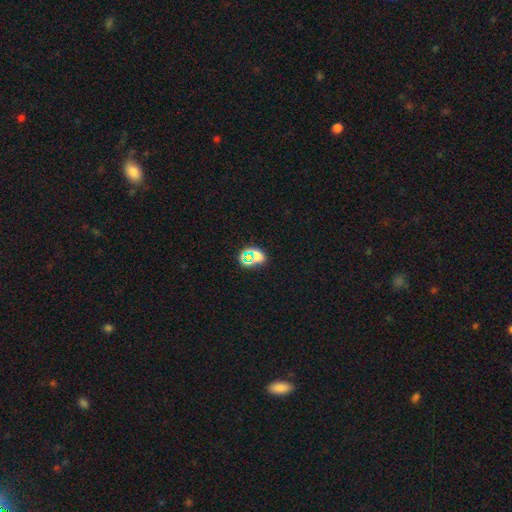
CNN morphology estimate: The model was most divided on "smooth or featured" (2-way tie): smooth: 45%, star or artifact: 45%, featured or disk: 10%. More confident: merging — none (70%).